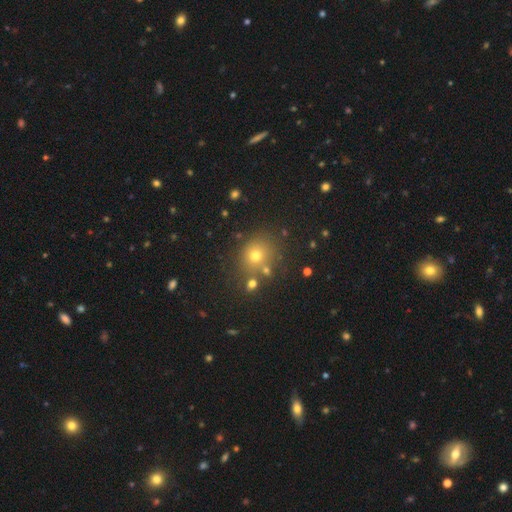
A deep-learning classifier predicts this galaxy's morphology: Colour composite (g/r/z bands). It shows a smooth galaxy with no disk features (67%) that is round (79%). Merging: none (74%).